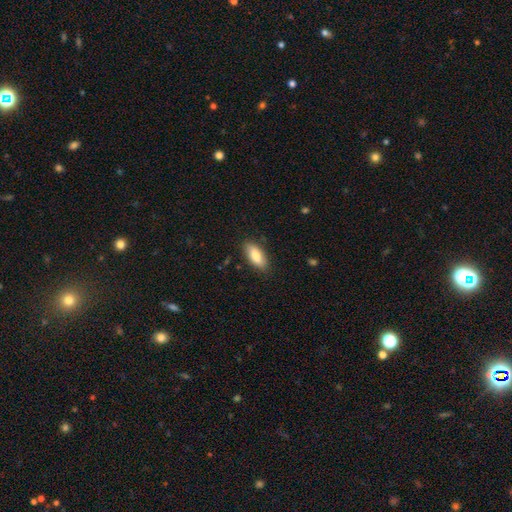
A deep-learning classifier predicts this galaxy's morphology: Smooth or featured? smooth (83%)
How rounded? in between (84%)
Merging? none (85%)